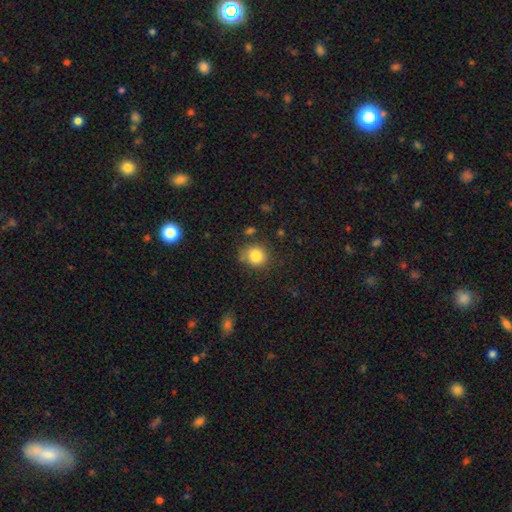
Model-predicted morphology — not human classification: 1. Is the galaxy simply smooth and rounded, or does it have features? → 84% smooth, 10% star or artifact, 6% featured or disk.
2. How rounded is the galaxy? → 82% round, 17% in between, 1% cigar-shaped.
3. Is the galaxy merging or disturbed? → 74% none, 16% minor disturbance, 5% major disturbance, 5% merger.